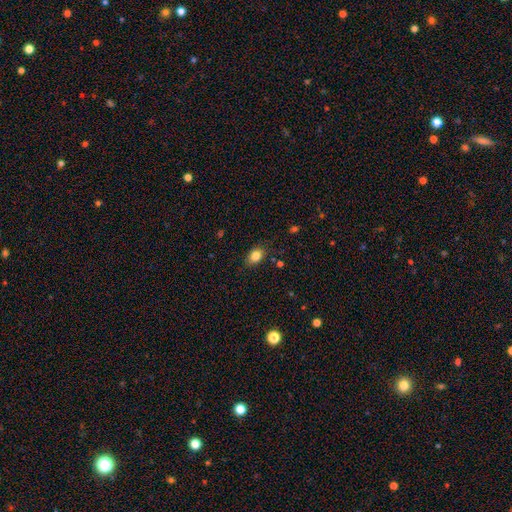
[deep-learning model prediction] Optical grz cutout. It shows a smooth galaxy with no disk features (83%) that is in between round and cigar-shaped (78%). Merging: none (82%).